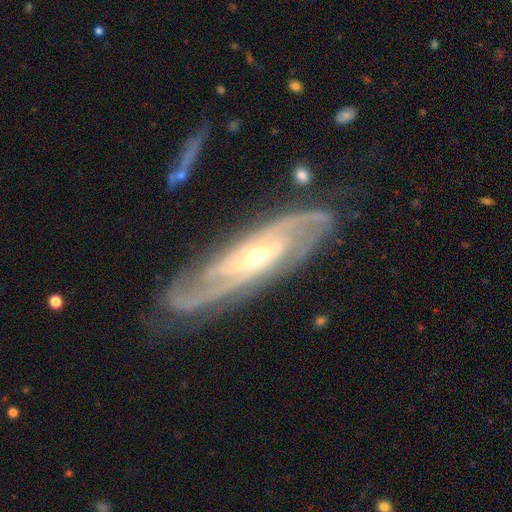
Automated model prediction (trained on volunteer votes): Smooth or featured?
  - featured or disk: 91% *
  - smooth: 5%
  - star or artifact: 5%
Edge-on disk?
  - no: 87% *
  - yes: 13%
Bar?
  - no: 44% *
  - weak: 33%
  - strong: 23%
Spiral arms?
  - yes: 98% *
  - no: 2%
Spiral winding?
  - tight: 59% *
  - medium: 34%
  - loose: 7%
Spiral arm count?
  - 2: 51% *
  - 3: 19%
  - can't tell: 14%
  - 4: 7%
  - more than 4: 4%
  - 1: 4%
Bulge size?
  - small: 61% *
  - moderate: 35%
  - large: 2%
  - none: 1%
  - dominant: 1%
Merging?
  - none: 81% *
  - minor disturbance: 14%
  - major disturbance: 4%
  - merger: 2%